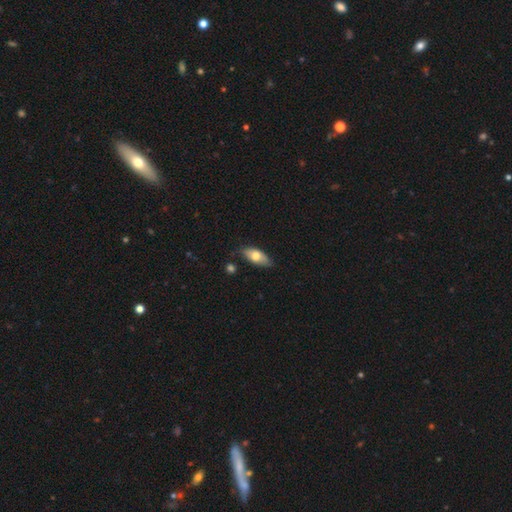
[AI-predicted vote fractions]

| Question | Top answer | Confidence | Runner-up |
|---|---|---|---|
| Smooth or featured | smooth | 71% | featured or disk (23%) |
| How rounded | in between | 83% | cigar-shaped (14%) |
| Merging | none | 78% | minor disturbance (17%) |